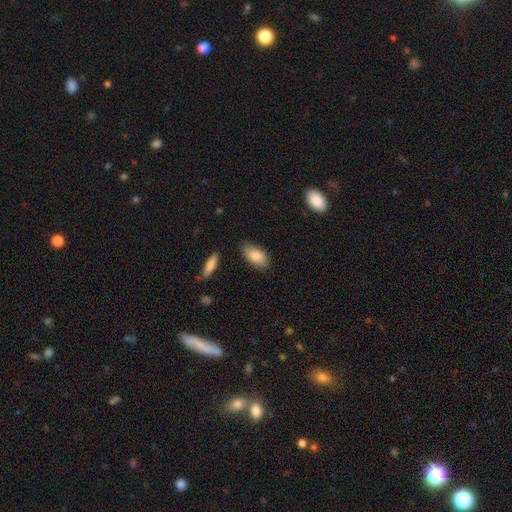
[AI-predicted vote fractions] Morphology: type=smooth (84%); roundness=in between (92%); merging=none (81%).